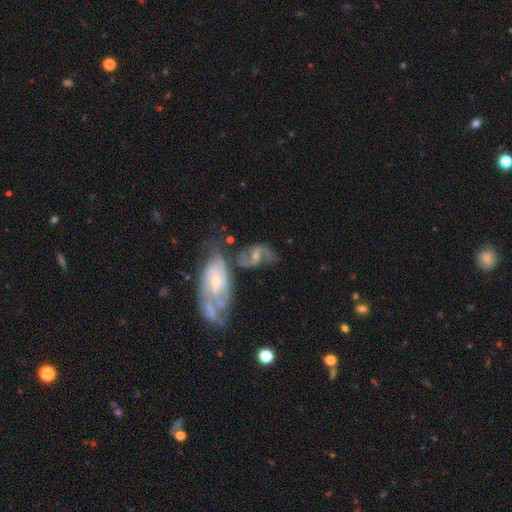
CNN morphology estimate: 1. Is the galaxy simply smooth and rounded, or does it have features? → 80% featured or disk, 13% smooth, 6% star or artifact.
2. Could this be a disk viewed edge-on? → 96% no, 4% yes.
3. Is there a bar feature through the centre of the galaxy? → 50% weak, 35% no, 16% strong.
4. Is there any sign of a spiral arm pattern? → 93% yes, 7% no.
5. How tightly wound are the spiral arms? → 45% loose, 42% medium, 13% tight.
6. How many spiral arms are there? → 85% 2, 7% can't tell, 3% 1, 2% 3, 1% 4, 1% more than 4.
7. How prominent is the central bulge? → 47% moderate, 42% small, 5% none, 4% large, 1% dominant.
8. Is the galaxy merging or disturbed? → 45% none, 25% merger, 17% minor disturbance, 13% major disturbance.